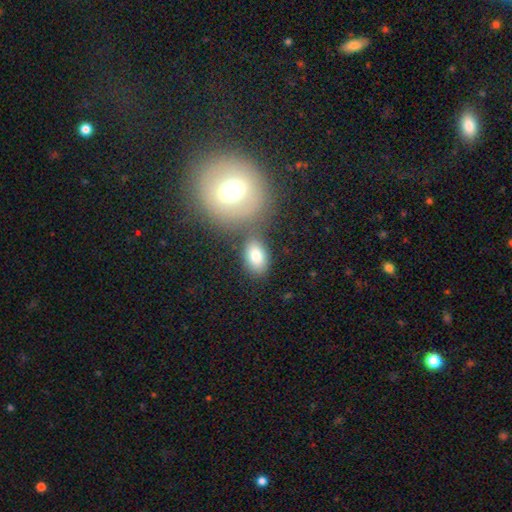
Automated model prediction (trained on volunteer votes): Q: Smooth or featured?
A: smooth (79%); runner-up: featured or disk (11%)
Q: How rounded?
A: in between (86%); runner-up: round (13%)
Q: Merging?
A: none (63%); runner-up: merger (18%)